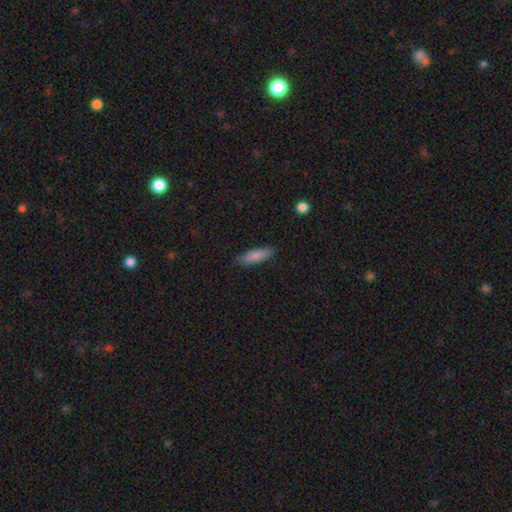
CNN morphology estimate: Smooth or featured? Predicted: smooth (p=0.84). How rounded? Predicted: cigar-shaped (p=0.68). Merging? Predicted: none (p=0.86).